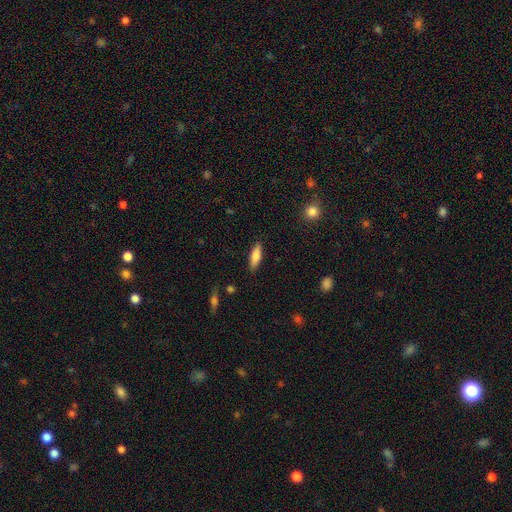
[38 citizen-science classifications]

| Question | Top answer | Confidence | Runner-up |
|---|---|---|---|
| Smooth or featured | smooth | 82% | featured or disk (16%) |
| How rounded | cigar-shaped | 65% | in between (32%) |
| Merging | none | 84% | minor disturbance (8%) |